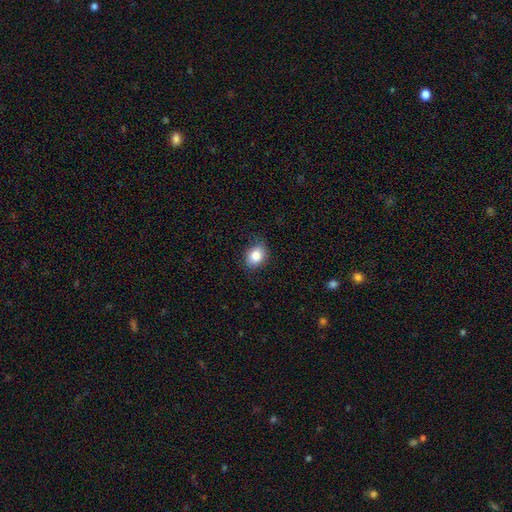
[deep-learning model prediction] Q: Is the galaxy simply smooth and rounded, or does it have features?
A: smooth — 84%.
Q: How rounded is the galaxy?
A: in between — 61%.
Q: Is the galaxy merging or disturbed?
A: none — 81%.